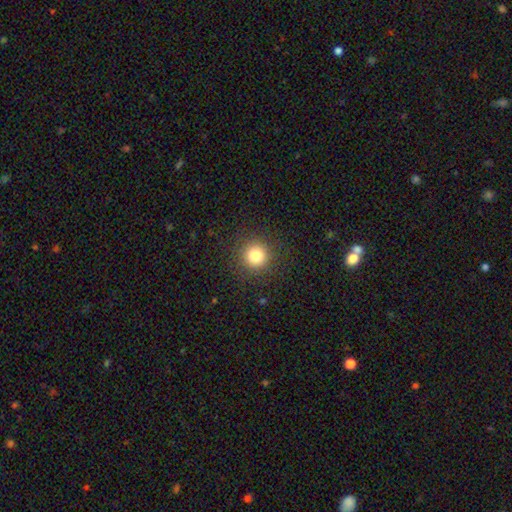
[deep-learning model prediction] The model was most divided on "smooth or featured": smooth: 81%, star or artifact: 13%, featured or disk: 6%. More confident: how rounded — round (95%); merging — none (90%).